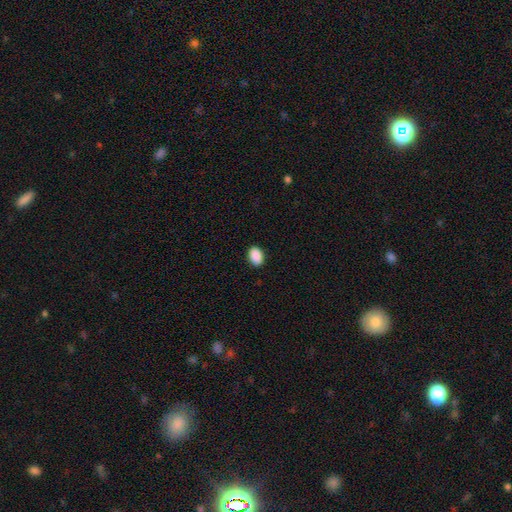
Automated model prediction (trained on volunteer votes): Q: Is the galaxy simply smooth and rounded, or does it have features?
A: smooth — 91%.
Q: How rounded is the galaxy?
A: in between — 81%.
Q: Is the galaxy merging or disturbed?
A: none — 90%.